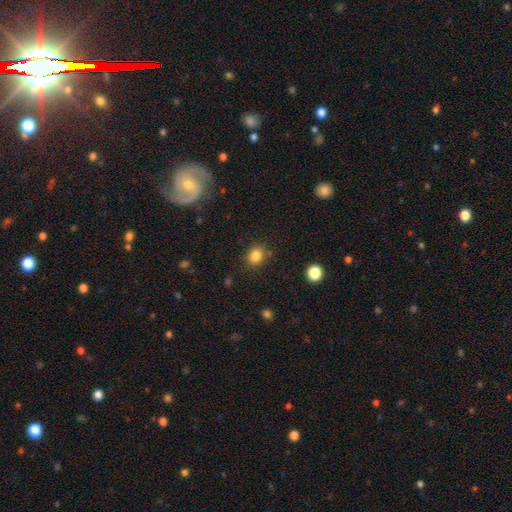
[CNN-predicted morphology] type=smooth (84%); roundness=round (68%); merging=none (84%).